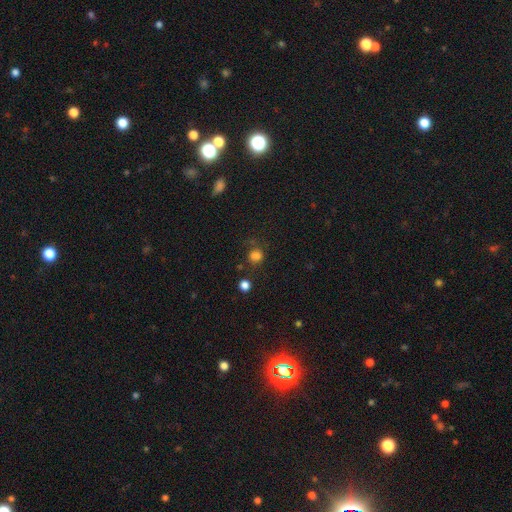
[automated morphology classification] Q: Smooth or featured?
A: smooth (74%); runner-up: star or artifact (18%)
Q: How rounded?
A: round (65%); runner-up: in between (34%)
Q: Merging?
A: none (57%); runner-up: minor disturbance (20%)